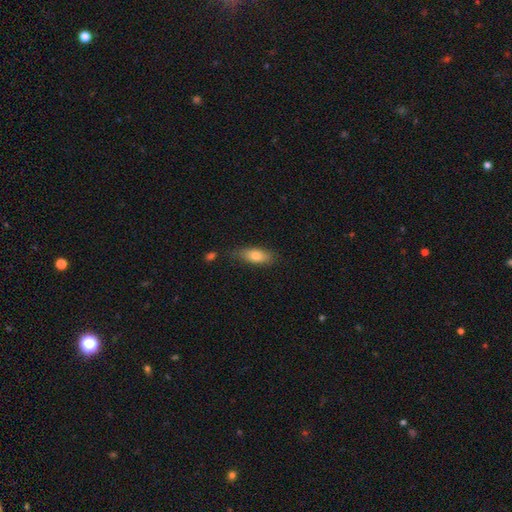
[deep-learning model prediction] A smooth galaxy with no disk features (75%) that is in between round and cigar-shaped (63%). Merging: none (74%).